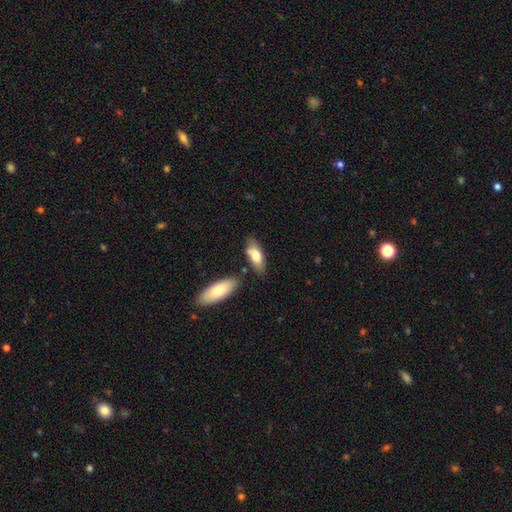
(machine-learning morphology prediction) Smooth or featured? Predicted: smooth (p=0.74). How rounded? Predicted: in between (p=0.73). Merging? Predicted: none (p=0.68).